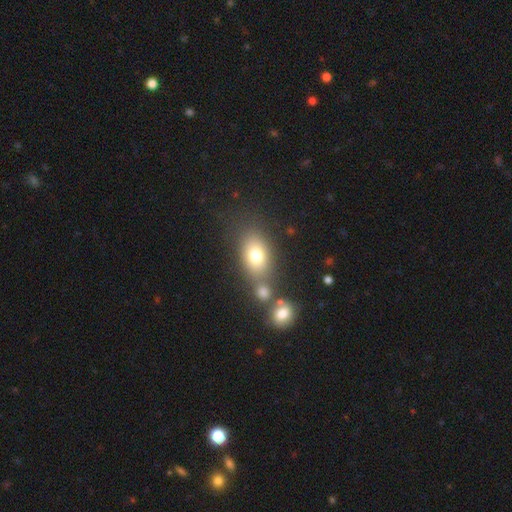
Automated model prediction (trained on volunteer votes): This is likely a smooth galaxy (74%). How rounded: likely in between (76%). Merging: possibly none (57%).